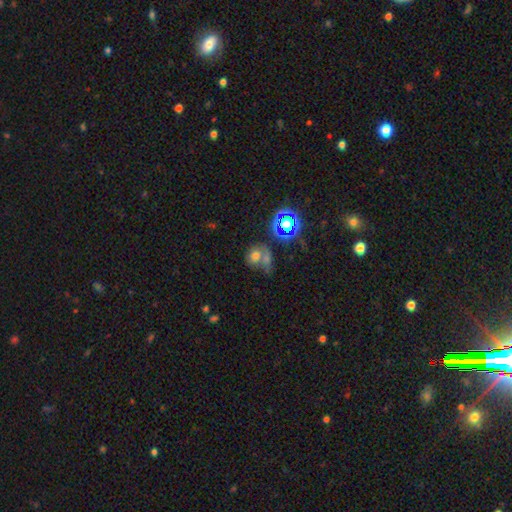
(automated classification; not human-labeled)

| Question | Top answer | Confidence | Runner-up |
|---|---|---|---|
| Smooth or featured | smooth | 61% | star or artifact (24%) |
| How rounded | round | 61% | in between (37%) |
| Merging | merger | 53% | none (30%) |